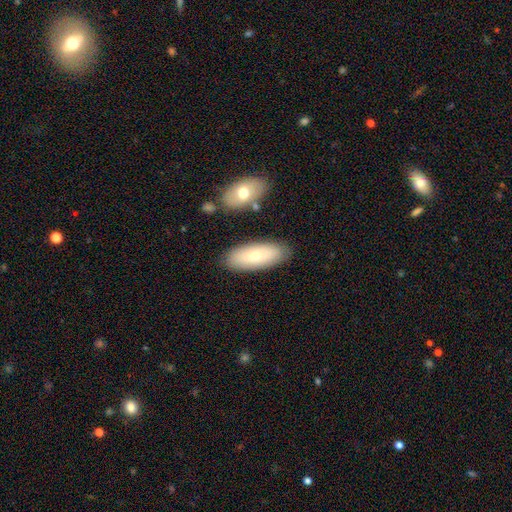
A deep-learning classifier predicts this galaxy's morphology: This appears to be a smooth galaxy with no disk features (69%) that is in between round and cigar-shaped (77%). Merging: none (82%).